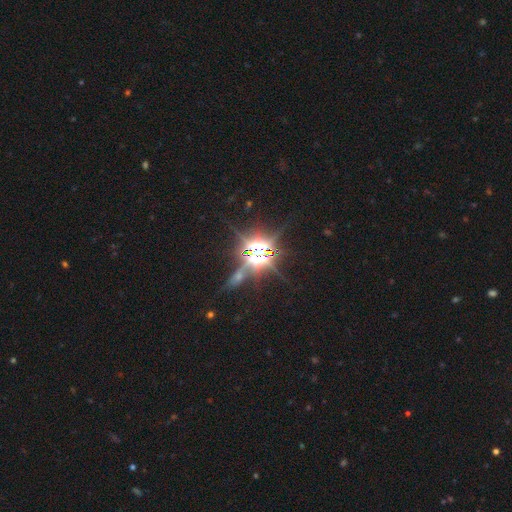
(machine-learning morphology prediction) Smooth or featured? Predicted: star or artifact (p=0.81).